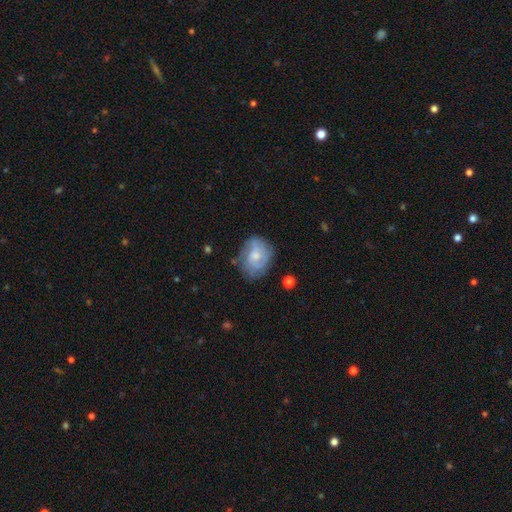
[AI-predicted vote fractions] Q: Smooth or featured?
A: featured or disk (54%); runner-up: smooth (38%)
Q: Edge-on disk?
A: no (97%); runner-up: yes (3%)
Q: Bar?
A: no (72%); runner-up: weak (25%)
Q: Spiral arms?
A: yes (66%); runner-up: no (34%)
Q: Bulge size?
A: small (45%); runner-up: moderate (43%)
Q: Merging?
A: none (60%); runner-up: minor disturbance (26%)